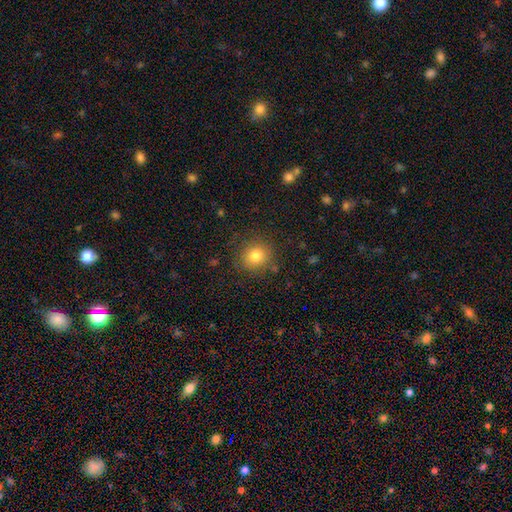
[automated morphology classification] Smooth or featured: smooth — 80% (star or artifact — 12%)
How rounded: round — 87% (in between — 12%)
Merging: none — 85% (minor disturbance — 10%)